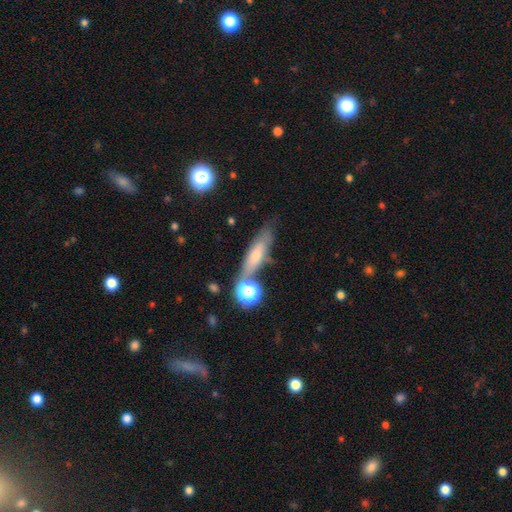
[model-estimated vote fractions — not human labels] Smooth or featured? smooth (56%)
How rounded? cigar-shaped (51%)
Merging? none (61%)